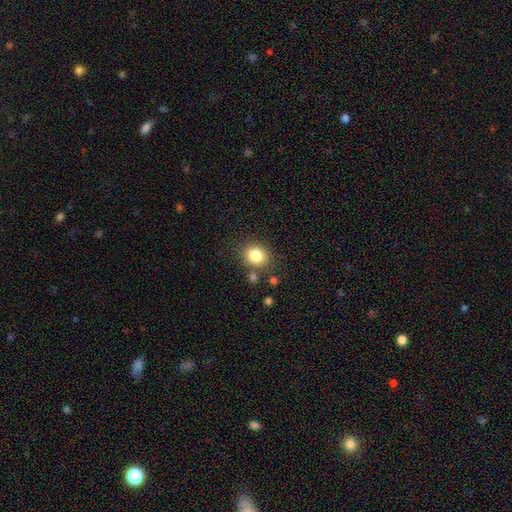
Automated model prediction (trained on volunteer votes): Smooth or featured? smooth (83%)
How rounded? round (67%)
Merging? none (78%)